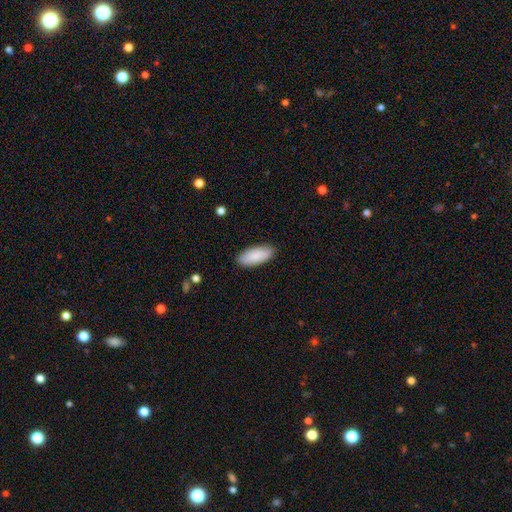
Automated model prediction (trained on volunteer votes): This appears to be a smooth galaxy with no disk features (88%) that is in between round and cigar-shaped (83%). Merging: none (88%).